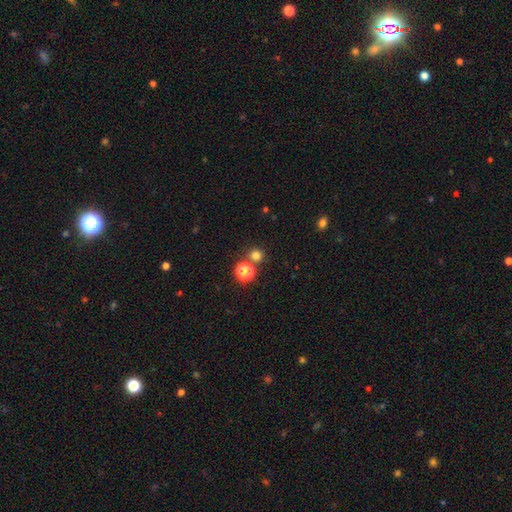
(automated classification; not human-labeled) smooth-or-featured: smooth: 76% | star or artifact: 19% | featured or disk: 5%
  how-rounded: round: 91% | in between: 8% | cigar-shaped: 1%
  merging: none: 76% | merger: 15% | minor disturbance: 6% | major disturbance: 3%